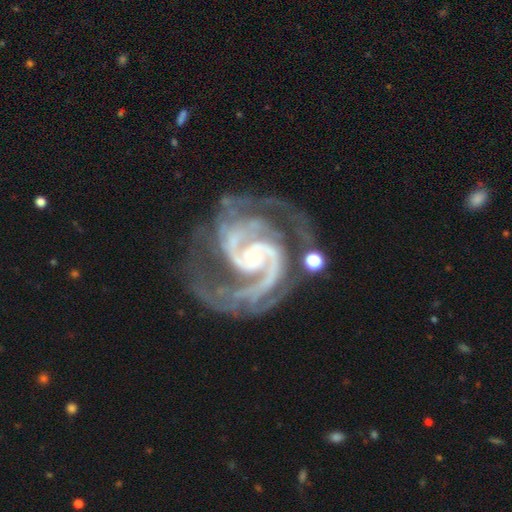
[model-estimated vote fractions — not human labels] Overall: featured or disk (94%). Edge-on disk: no (98%). Bar: no (56%; weak 30%). Spiral arms: yes (99%). Spiral arm count: 2 (71%). Spiral winding: tight (47%, tied with medium). Bulge size: small (72%). Merging: none (59%; minor disturbance 20%).